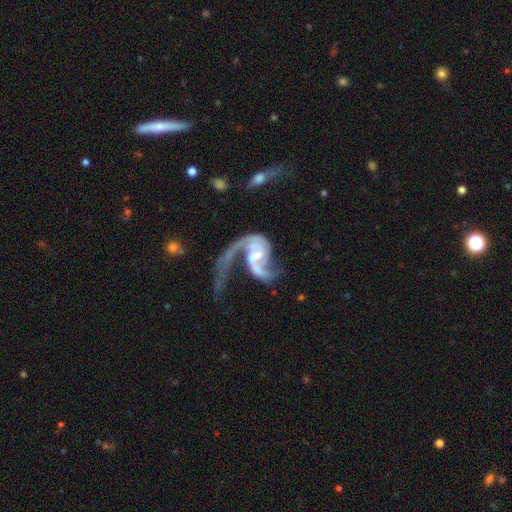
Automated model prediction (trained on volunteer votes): Morphology: type=featured or disk (88%); edge-on=no (98%); bar=weak (47%); spiral arms=yes (94%); winding=loose (62%); arm count=2 (69%); bulge=small (37%); merging=major disturbance (47%).